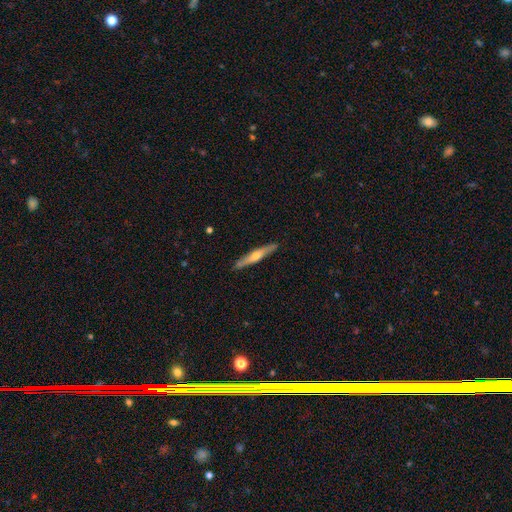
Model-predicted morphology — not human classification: type=featured or disk (58%); edge-on=yes (94%); edge-on bulge=rounded (83%); merging=none (89%).